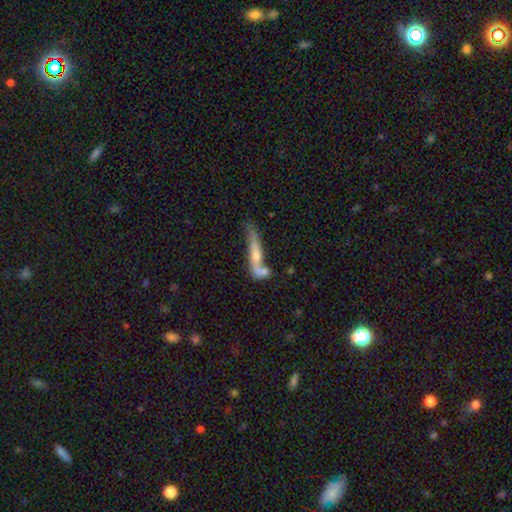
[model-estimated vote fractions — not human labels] The model was most divided on "merging": none: 37%, merger: 34%, minor disturbance: 18%, major disturbance: 11%. Remaining: smooth or featured — featured or disk (48%).